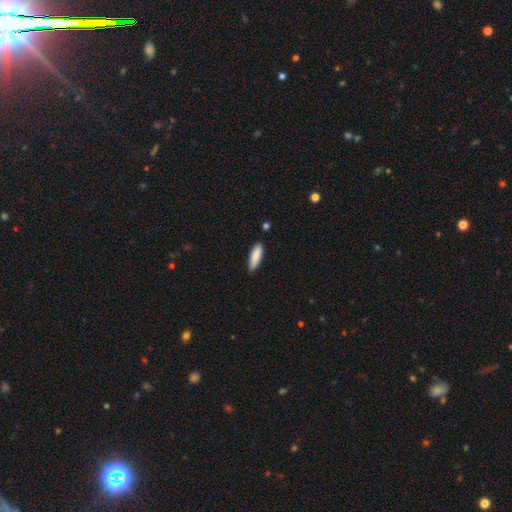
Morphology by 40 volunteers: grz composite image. It shows a smooth galaxy with no disk features (92%) that is cigar-shaped (70%). Merging: none (79%).